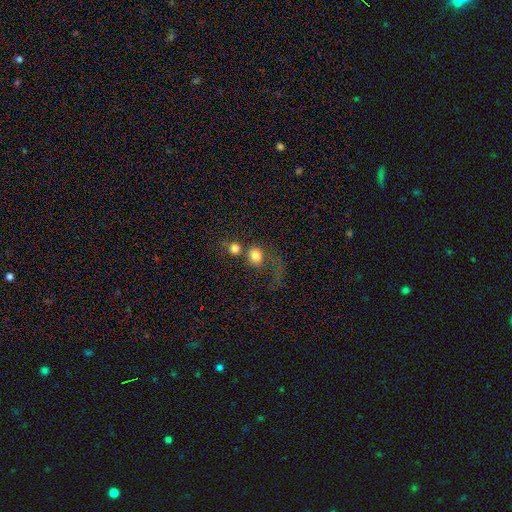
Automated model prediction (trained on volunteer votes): A smooth galaxy with no disk features (75%) that is round (71%).

Vote fractions:
- Smooth or featured? smooth: 75% / featured or disk: 14% / star or artifact: 11%
- How rounded? round: 71% / in between: 27% / cigar-shaped: 1%
- Merging? merger: 43% / none: 28% / major disturbance: 20% / minor disturbance: 9%